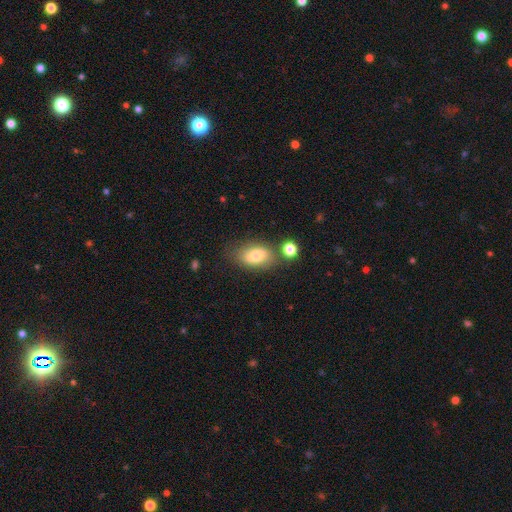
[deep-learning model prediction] smooth 73%, featured or disk 18%, star or artifact 9%. Down the decision tree: how rounded — in between (86%); merging — none (69%).